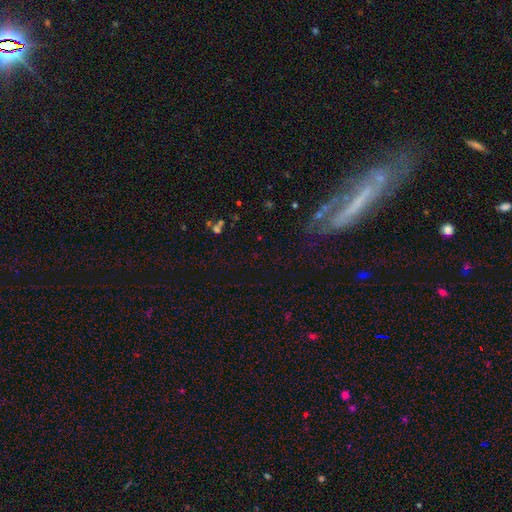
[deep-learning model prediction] Smooth or featured: star or artifact — 57% (smooth — 31%)